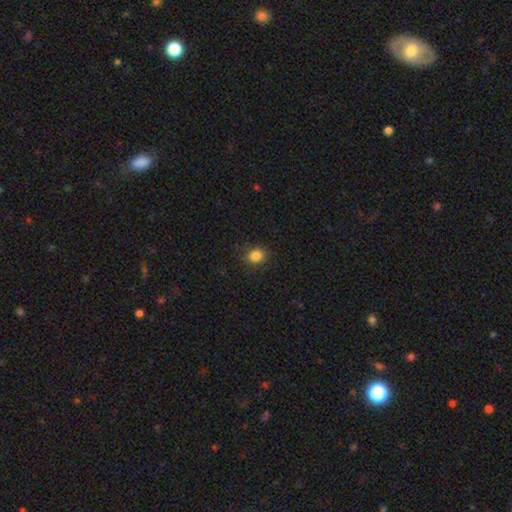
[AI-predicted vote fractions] Morphology: type=smooth (84%); roundness=round (66%); merging=none (85%).